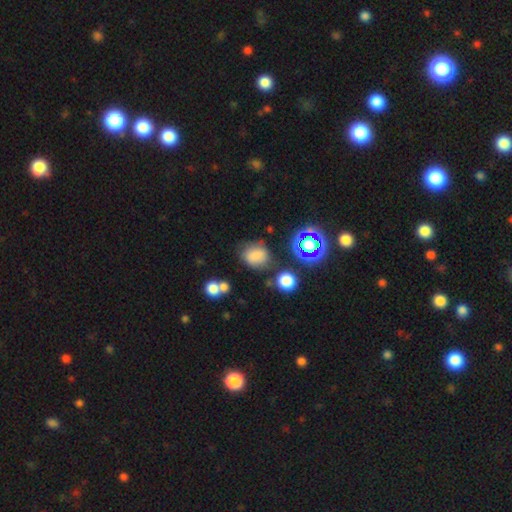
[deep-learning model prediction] Overall: smooth (75%). How rounded: round (56%; in between 43%). Merging: none (66%).